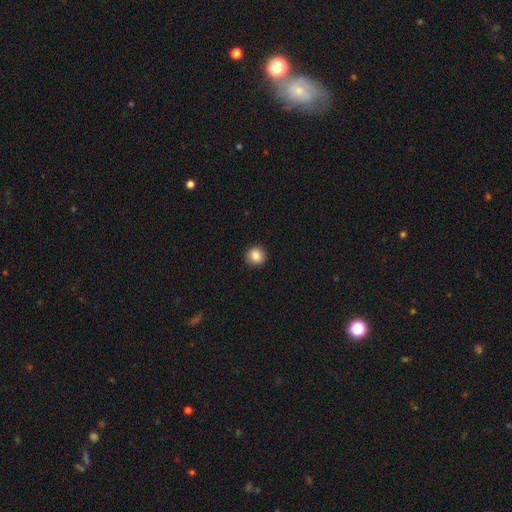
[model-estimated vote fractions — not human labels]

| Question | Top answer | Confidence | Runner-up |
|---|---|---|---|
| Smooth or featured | smooth | 85% | star or artifact (9%) |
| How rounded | round | 91% | in between (8%) |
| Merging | none | 91% | minor disturbance (6%) |